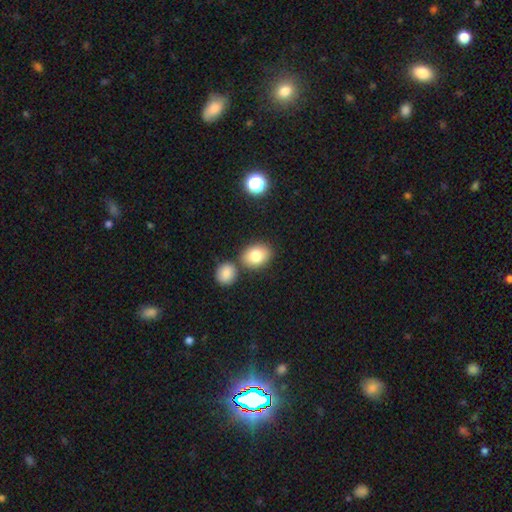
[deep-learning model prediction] smooth 81%, featured or disk 10%, star or artifact 9%. Down the decision tree: how rounded — in between (63%); merging — none (68%).